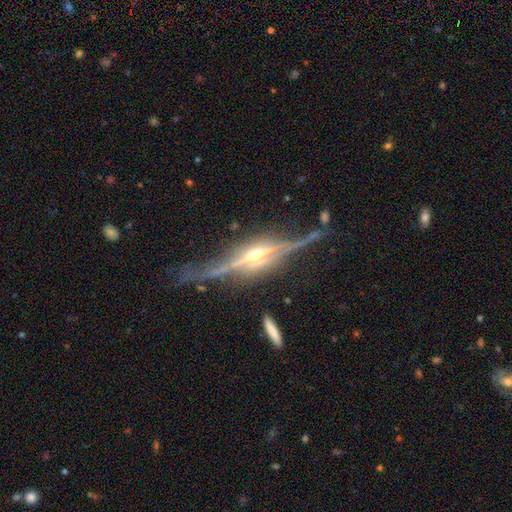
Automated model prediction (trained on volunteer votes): Smooth or featured: featured or disk — 90% (star or artifact — 5%)
Edge-on disk: yes — 96% (no — 4%)
Edge-on bulge: rounded — 82% (boxy — 13%)
Merging: none — 72% (minor disturbance — 17%)